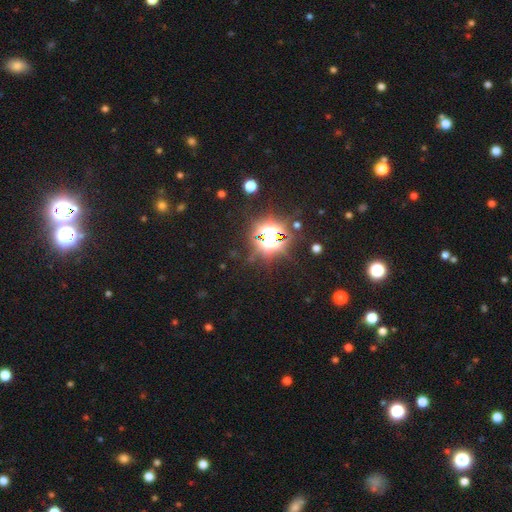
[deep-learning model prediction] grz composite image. It shows a star or artifact, not a galaxy (81%).